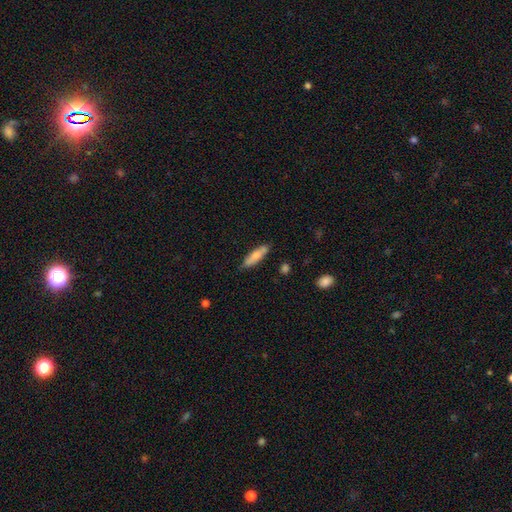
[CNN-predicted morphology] Smooth or featured: smooth — 70% (featured or disk — 24%)
How rounded: cigar-shaped — 71% (in between — 28%)
Merging: none — 78% (minor disturbance — 16%)